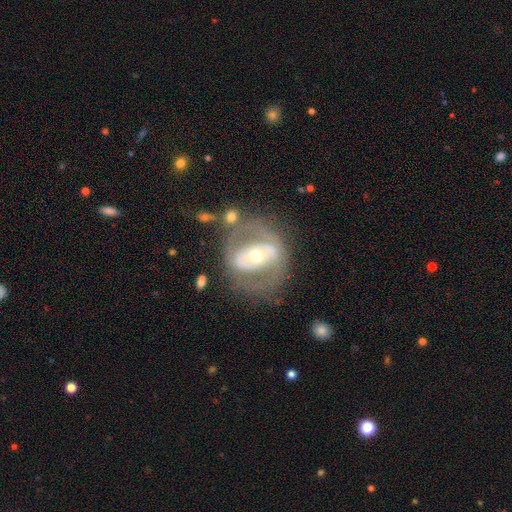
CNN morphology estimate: Smooth or featured? Predicted: featured or disk (p=0.75). Edge-on disk? Predicted: no (p=0.94). Bar? Predicted: strong (p=0.38). Spiral arms? Predicted: no (p=0.52). Bulge size? Predicted: moderate (p=0.60). Merging? Predicted: none (p=0.59).